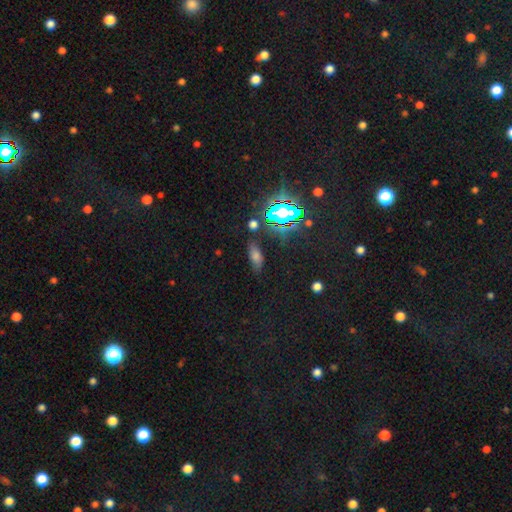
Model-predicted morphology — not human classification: smooth-or-featured: smooth: 53% | star or artifact: 33% | featured or disk: 14%
  how-rounded: in between: 68% | cigar-shaped: 24% | round: 9%
  merging: none: 79% | minor disturbance: 13% | major disturbance: 4% | merger: 3%